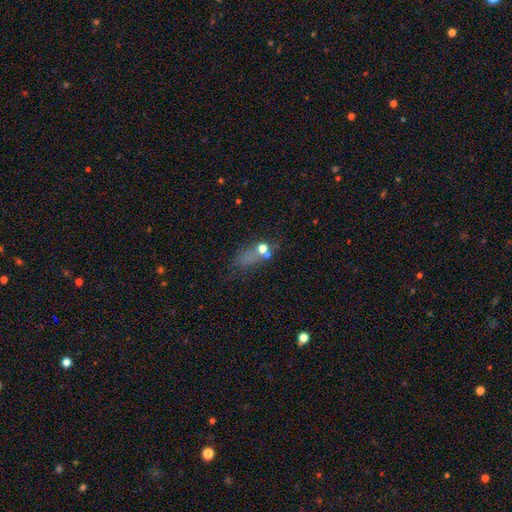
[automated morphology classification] Overall: smooth (49%; star or artifact 33%). Merging: none (43%; merger 20%).